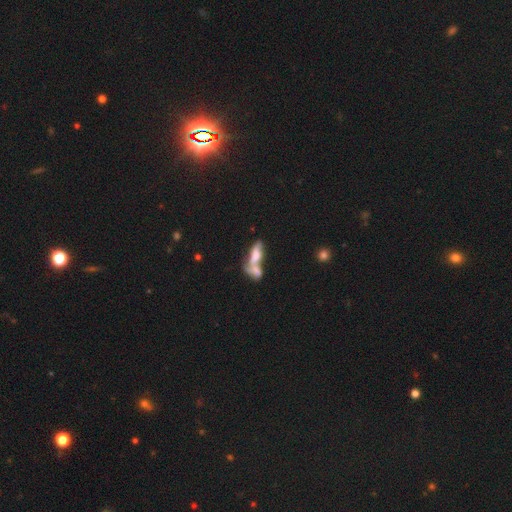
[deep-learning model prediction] smooth-or-featured: smooth: 51% | featured or disk: 39% | star or artifact: 10%
  how-rounded: in between: 63% | cigar-shaped: 33% | round: 4%
  merging: merger: 64% | none: 20% | minor disturbance: 8% | major disturbance: 8%